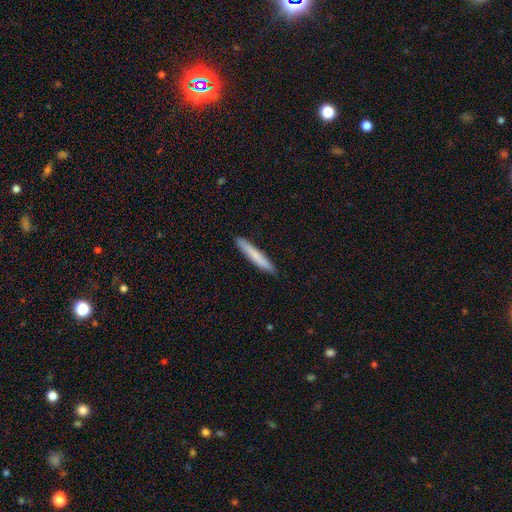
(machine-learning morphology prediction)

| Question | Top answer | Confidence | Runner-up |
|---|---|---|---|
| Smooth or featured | smooth | 76% | featured or disk (18%) |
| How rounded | cigar-shaped | 95% | in between (4%) |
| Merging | none | 90% | minor disturbance (8%) |